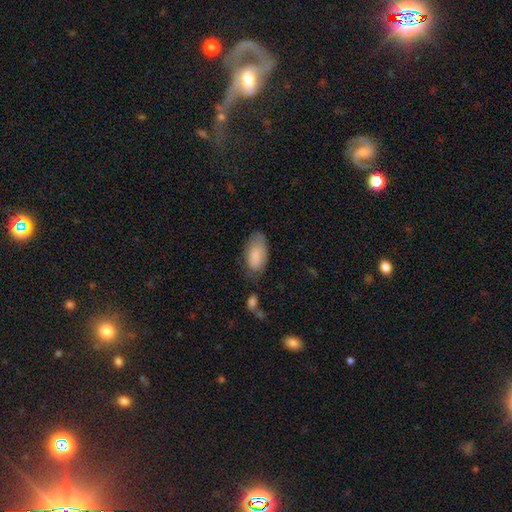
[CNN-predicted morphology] Overall: smooth (82%). How rounded: in between (93%). Merging: none (58%; minor disturbance 28%).